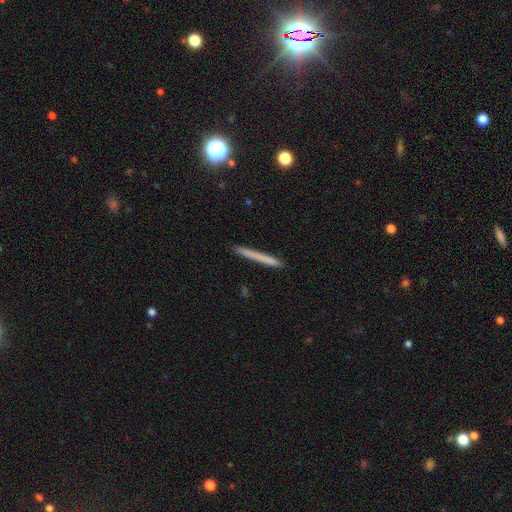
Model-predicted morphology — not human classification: smooth_or_featured: smooth (p=0.68) [alt: featured or disk p=0.25]
how_rounded: cigar-shaped (p=0.97) [alt: in between p=0.02]
merging: none (p=0.91) [alt: minor disturbance p=0.07]